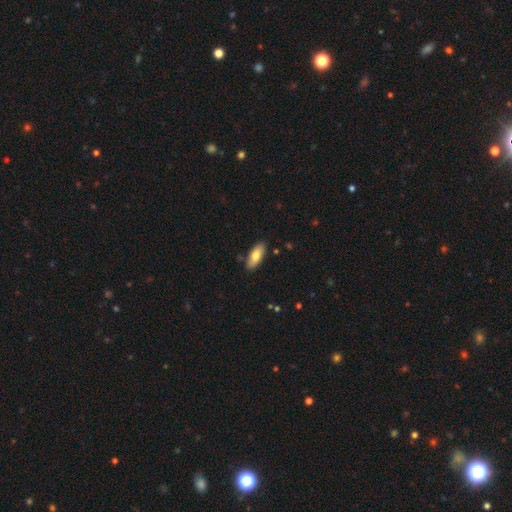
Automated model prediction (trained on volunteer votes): smooth 76%, featured or disk 18%, star or artifact 6%. Down the decision tree: how rounded — in between (80%); merging — none (85%).